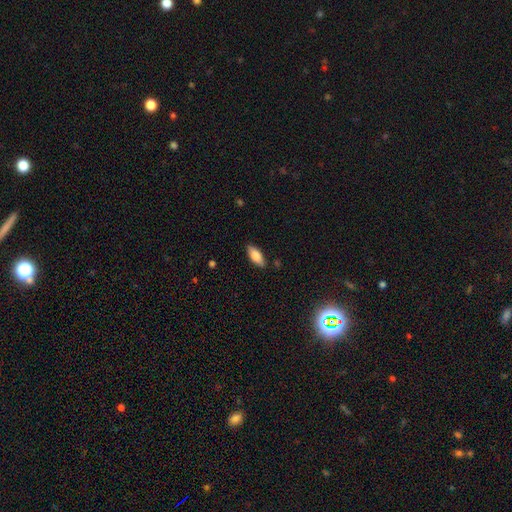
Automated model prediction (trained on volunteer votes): This is likely a smooth galaxy (75%). How rounded: likely in between (77%). Merging: clearly none (86%).